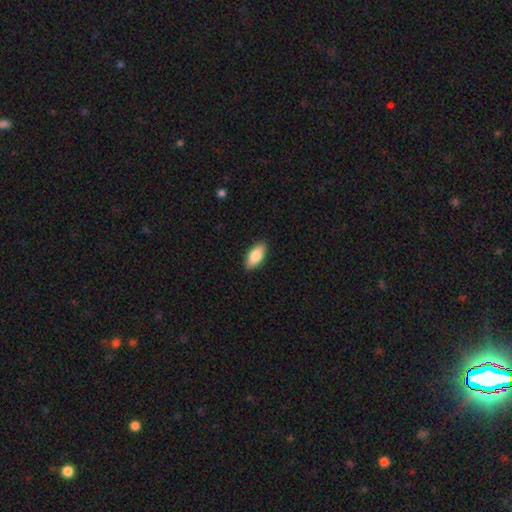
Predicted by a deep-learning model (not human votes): This is clearly a smooth galaxy (82%). How rounded: clearly in between (89%). Merging: clearly none (89%).